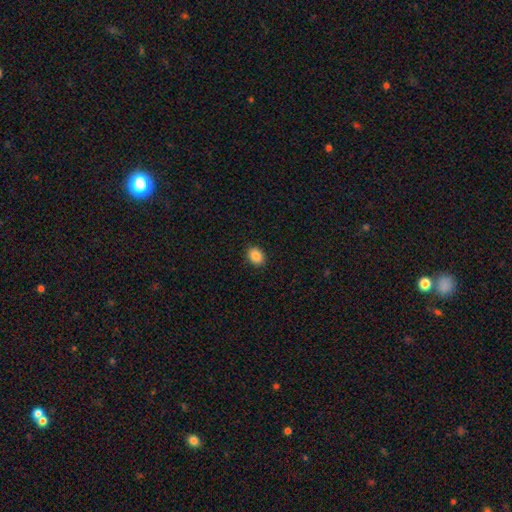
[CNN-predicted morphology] Smooth or featured: smooth — 88% (star or artifact — 9%)
How rounded: in between — 64% (round — 35%)
Merging: none — 90% (minor disturbance — 7%)